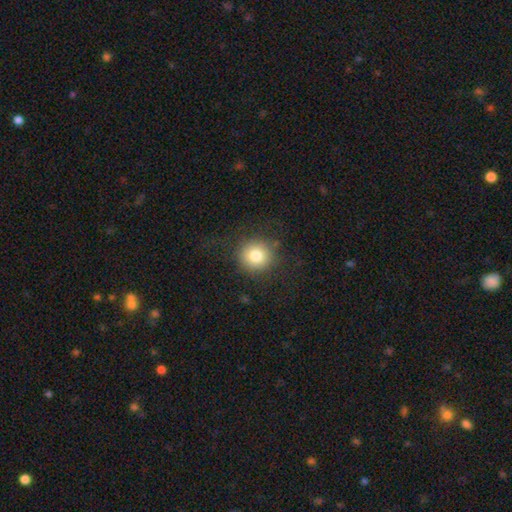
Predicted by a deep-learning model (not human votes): Overall: smooth (79%). How rounded: round (93%). Merging: none (85%).